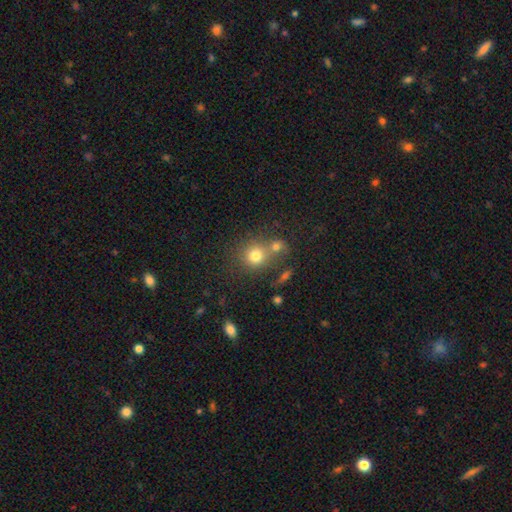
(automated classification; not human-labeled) Smooth or featured: smooth — 76% (star or artifact — 14%)
How rounded: round — 84% (in between — 15%)
Merging: none — 50% (merger — 35%)